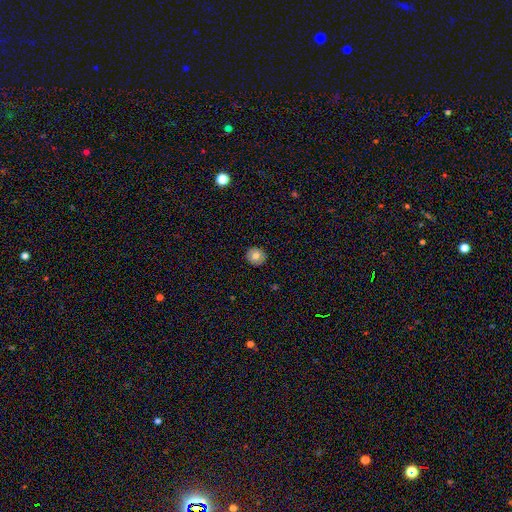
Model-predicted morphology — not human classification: A smooth galaxy with no disk features (76%) that is round (89%).

Vote fractions:
- Smooth or featured? smooth: 76% / featured or disk: 16% / star or artifact: 9%
- How rounded? round: 89% / in between: 10% / cigar-shaped: 1%
- Merging? none: 91% / minor disturbance: 7% / major disturbance: 2% / merger: 1%